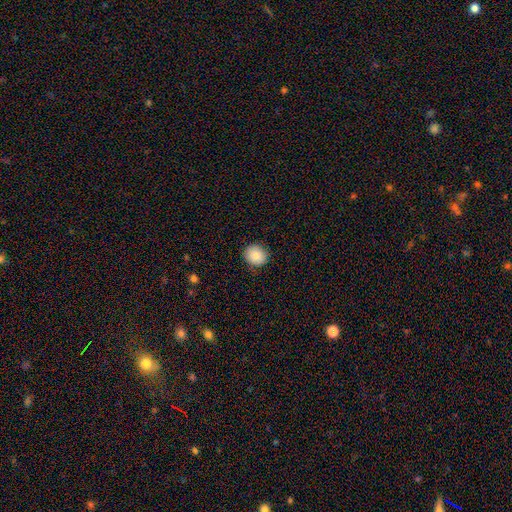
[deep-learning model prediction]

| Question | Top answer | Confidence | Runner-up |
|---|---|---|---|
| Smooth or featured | smooth | 84% | star or artifact (9%) |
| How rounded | round | 79% | in between (20%) |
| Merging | none | 88% | minor disturbance (9%) |